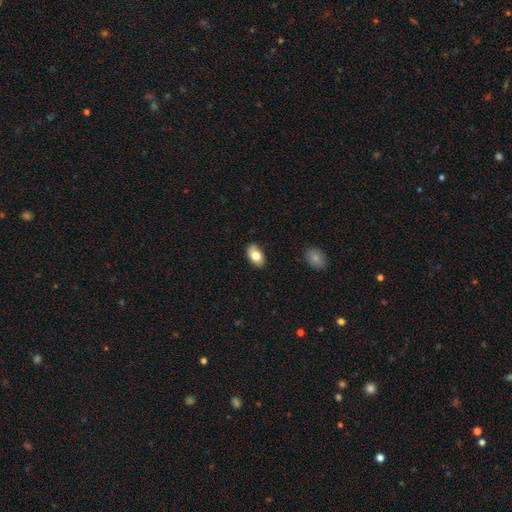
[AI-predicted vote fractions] Smooth or featured? smooth (79%)
How rounded? in between (92%)
Merging? none (86%)